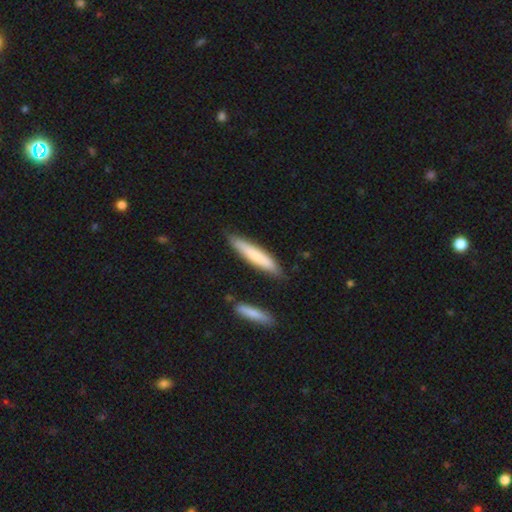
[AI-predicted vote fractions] Smooth or featured: smooth — 74% (featured or disk — 21%)
How rounded: cigar-shaped — 90% (in between — 8%)
Merging: none — 84% (minor disturbance — 11%)